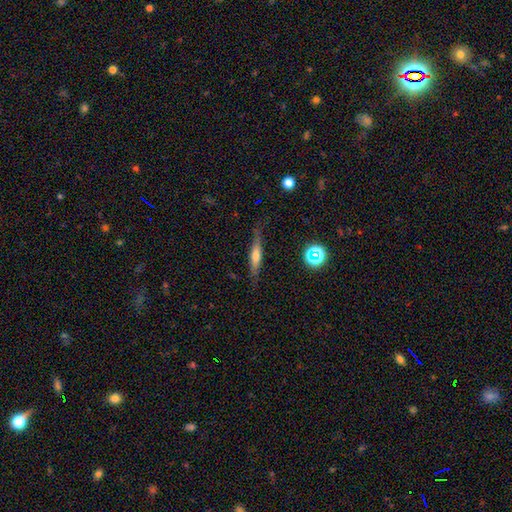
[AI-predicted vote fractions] The model was most divided on "smooth or featured": smooth: 46%, featured or disk: 45%, star or artifact: 9%. More confident: merging — none (77%).